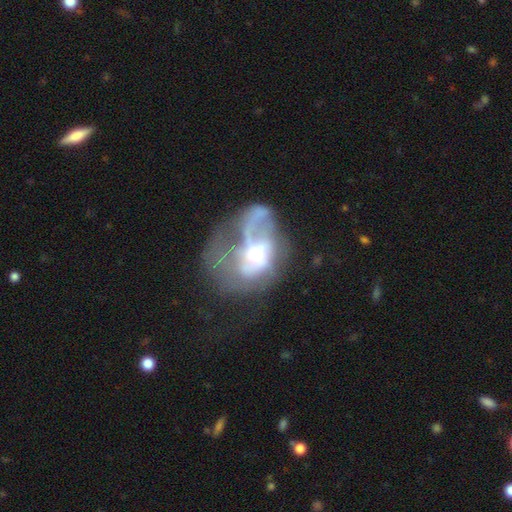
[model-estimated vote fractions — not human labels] This appears to be a featured or disk galaxy (64%) with no bar (73%), no spiral arms (51%) and a moderate central bulge (62%). Merging: major disturbance (59%).